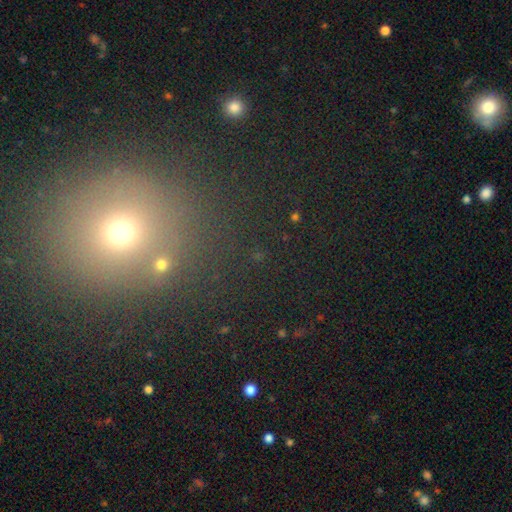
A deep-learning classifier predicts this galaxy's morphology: star or artifact 46%, smooth 43%, featured or disk 11%.